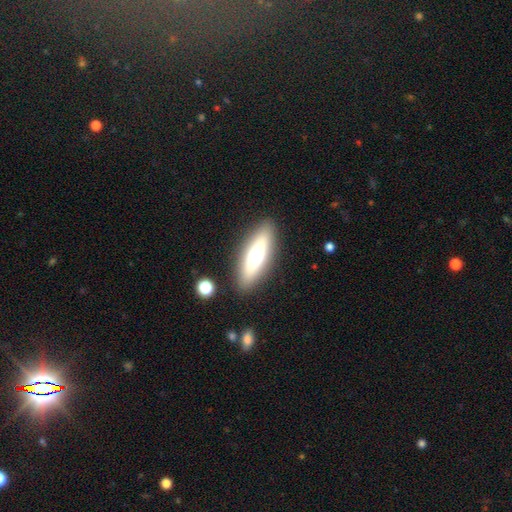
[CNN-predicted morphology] Smooth or featured? Predicted: smooth (p=0.56). How rounded? Predicted: cigar-shaped (p=0.53). Merging? Predicted: none (p=0.88).